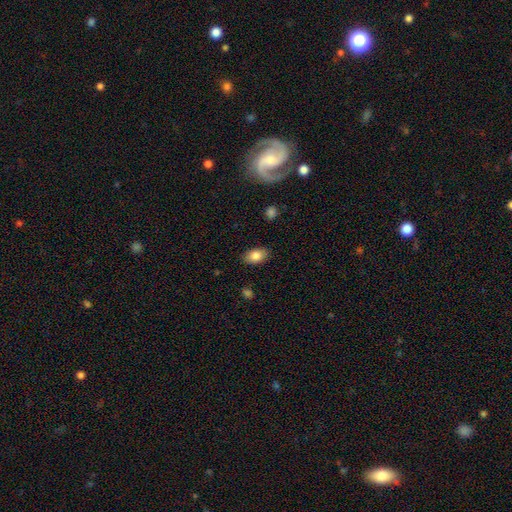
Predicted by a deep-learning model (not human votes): Smooth or featured? smooth (84%)
How rounded? in between (91%)
Merging? none (86%)